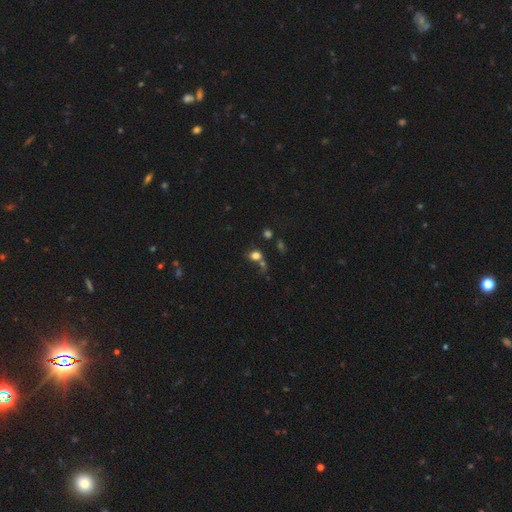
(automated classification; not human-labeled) Smooth or featured?
  - smooth: 74% *
  - star or artifact: 17%
  - featured or disk: 9%
How rounded?
  - round: 56% *
  - in between: 43%
  - cigar-shaped: 2%
Merging?
  - none: 51% *
  - merger: 25%
  - minor disturbance: 14%
  - major disturbance: 10%